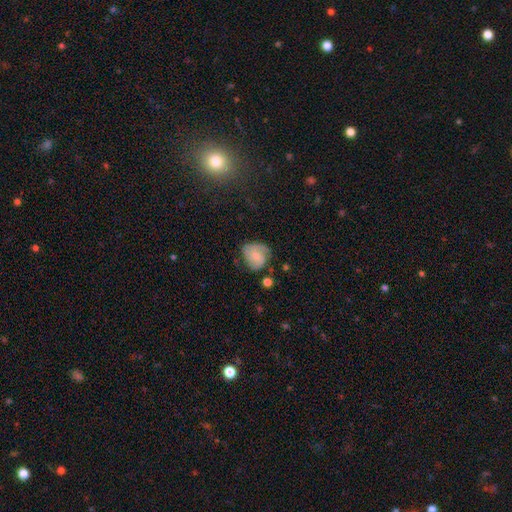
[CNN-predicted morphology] A featured or disk galaxy (47%).

Vote fractions:
- Smooth or featured? featured or disk: 47% / smooth: 45% / star or artifact: 8%
- Merging? none: 52% / minor disturbance: 30% / major disturbance: 14% / merger: 3%